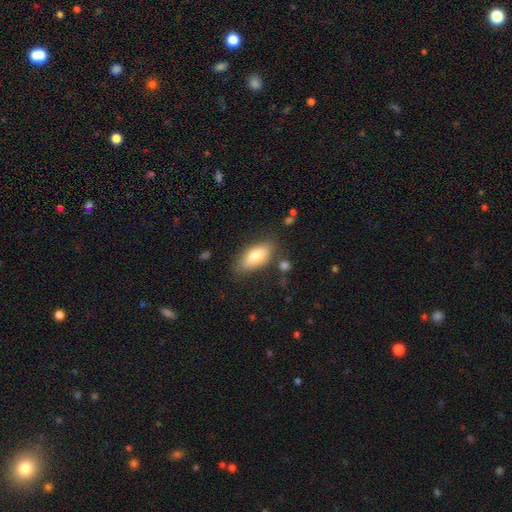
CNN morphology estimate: Smooth or featured? smooth (78%)
How rounded? in between (84%)
Merging? none (76%)